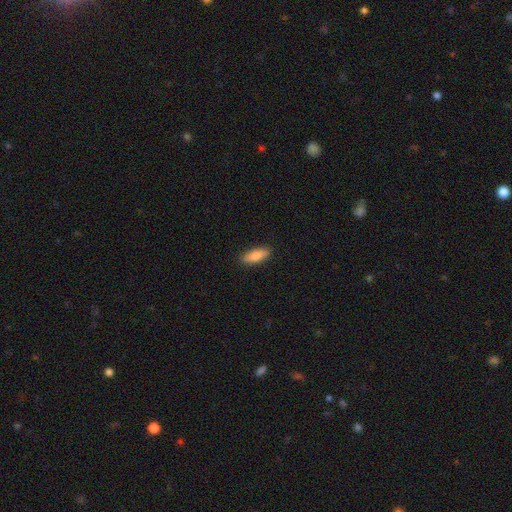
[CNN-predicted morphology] Q: Smooth or featured?
A: smooth (81%); runner-up: featured or disk (13%)
Q: How rounded?
A: in between (63%); runner-up: cigar-shaped (34%)
Q: Merging?
A: none (89%); runner-up: minor disturbance (8%)